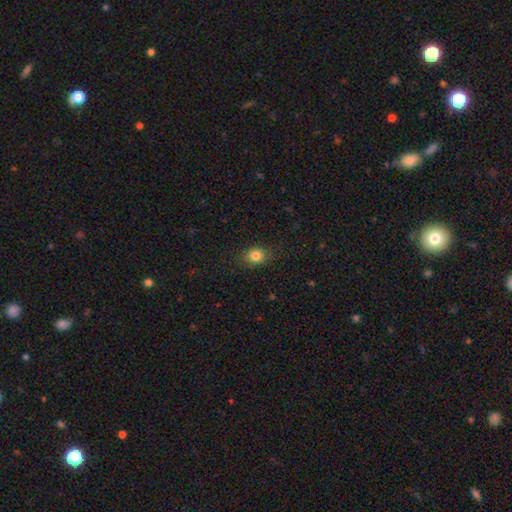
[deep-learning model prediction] Smooth or featured: smooth — 82% (star or artifact — 12%)
How rounded: round — 58% (in between — 40%)
Merging: none — 83% (minor disturbance — 12%)